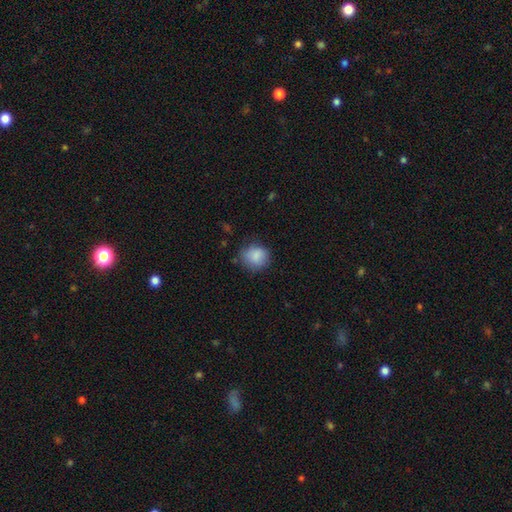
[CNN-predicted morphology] This appears to be a smooth galaxy with no disk features (85%) that is round (77%). Merging: none (71%).